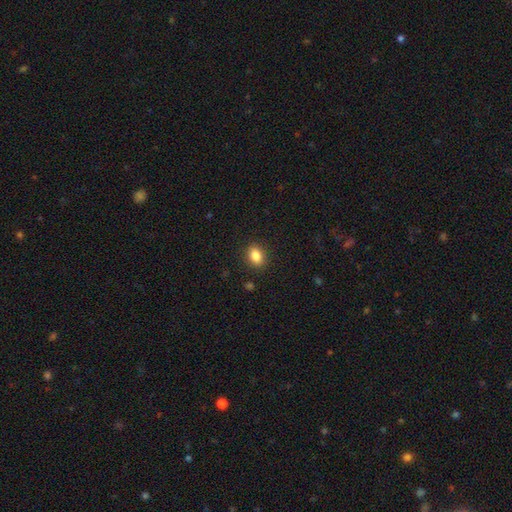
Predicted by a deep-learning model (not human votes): This is clearly a smooth galaxy (85%). How rounded: likely in between (72%). Merging: clearly none (89%).